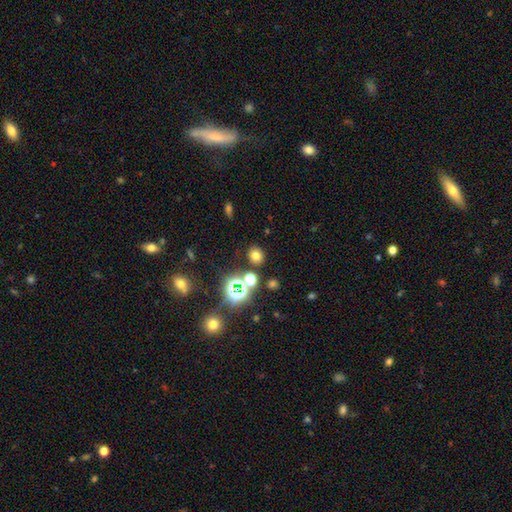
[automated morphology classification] Overall: smooth (68%). How rounded: round (70%). Merging: none (85%).